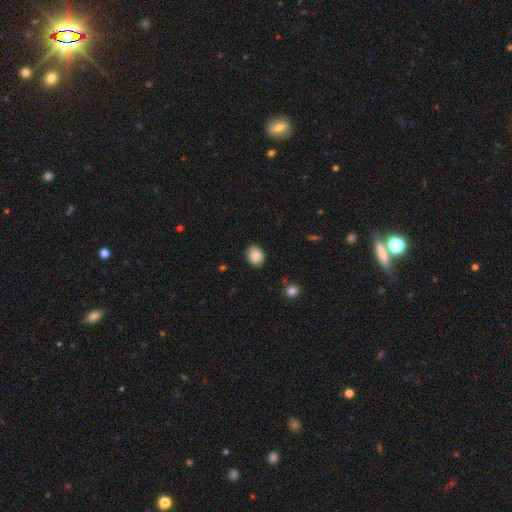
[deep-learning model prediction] Smooth or featured?
  - smooth: 86% *
  - star or artifact: 8%
  - featured or disk: 6%
How rounded?
  - in between: 58% *
  - round: 41%
  - cigar-shaped: 1%
Merging?
  - none: 81% *
  - minor disturbance: 15%
  - major disturbance: 3%
  - merger: 1%